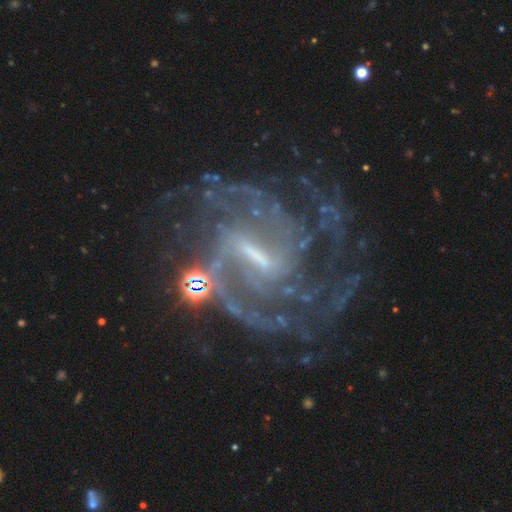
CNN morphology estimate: featured or disk 90%, star or artifact 7%, smooth 3%. Down the decision tree: edge-on disk — no (98%); bar — strong (47%); spiral arms — yes (98%); spiral arm count — 2 (25%); spiral winding — medium (47%); bulge size — small (49%); merging — none (66%).